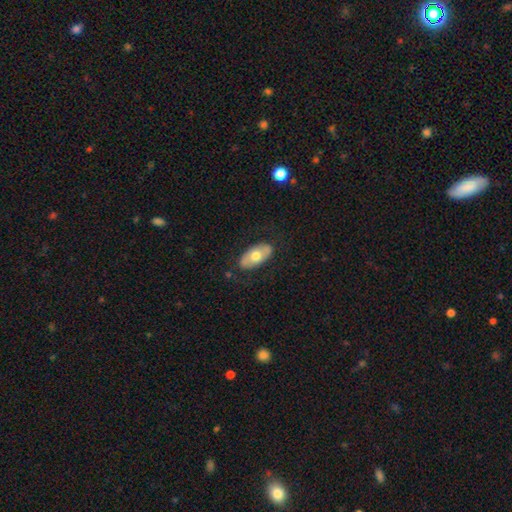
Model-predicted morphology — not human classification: This is likely a smooth galaxy (61%). How rounded: clearly in between (93%). Merging: clearly none (81%).